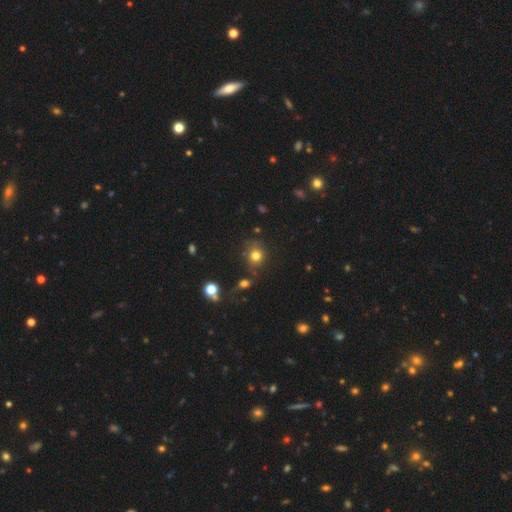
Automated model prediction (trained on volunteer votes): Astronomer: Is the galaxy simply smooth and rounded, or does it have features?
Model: smooth — 77%.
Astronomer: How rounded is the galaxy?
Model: round — 80%.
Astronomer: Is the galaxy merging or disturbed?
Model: none — 70%.